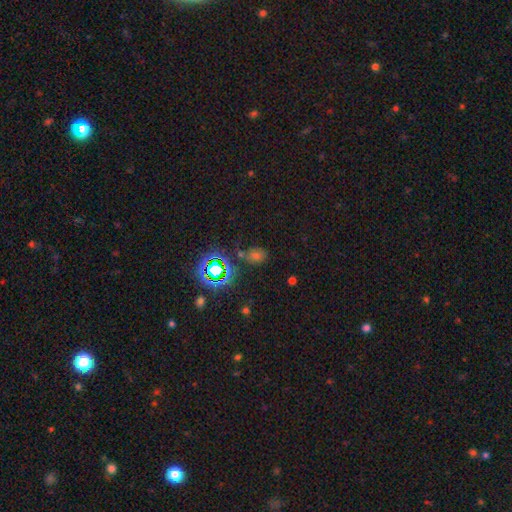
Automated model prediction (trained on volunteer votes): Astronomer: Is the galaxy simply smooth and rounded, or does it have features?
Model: star or artifact — 52% (runner-up: smooth, 39%).